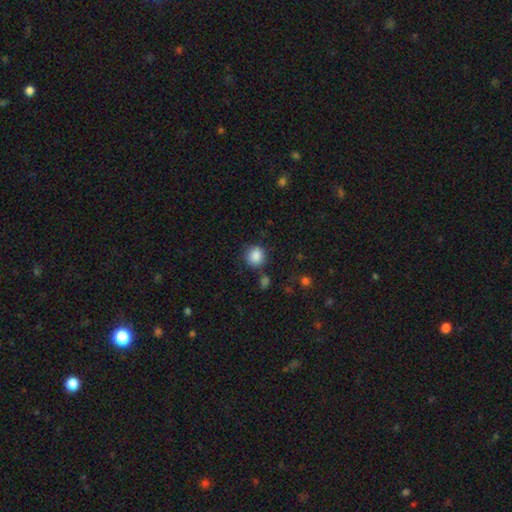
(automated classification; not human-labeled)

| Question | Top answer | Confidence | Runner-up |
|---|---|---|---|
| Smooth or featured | smooth | 87% | star or artifact (9%) |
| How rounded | round | 88% | in between (11%) |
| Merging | none | 80% | minor disturbance (11%) |